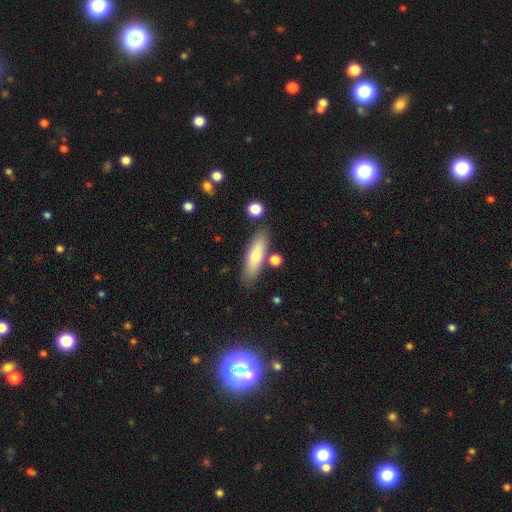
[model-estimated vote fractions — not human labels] Morphology: type=smooth (68%); roundness=cigar-shaped (61%); merging=none (82%).